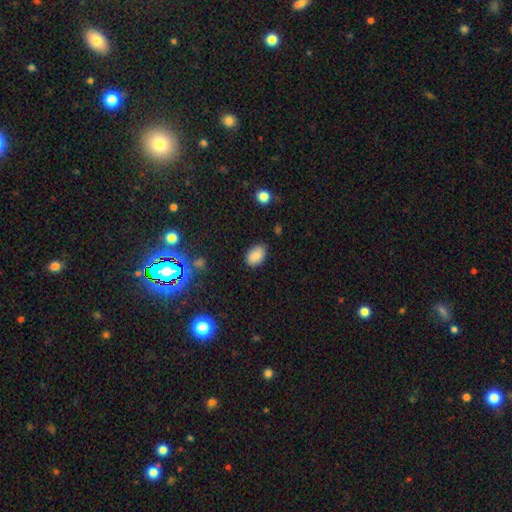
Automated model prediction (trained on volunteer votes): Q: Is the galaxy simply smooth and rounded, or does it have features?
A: smooth — 85%.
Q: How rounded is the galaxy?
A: in between — 89%.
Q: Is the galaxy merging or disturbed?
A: none — 81%.